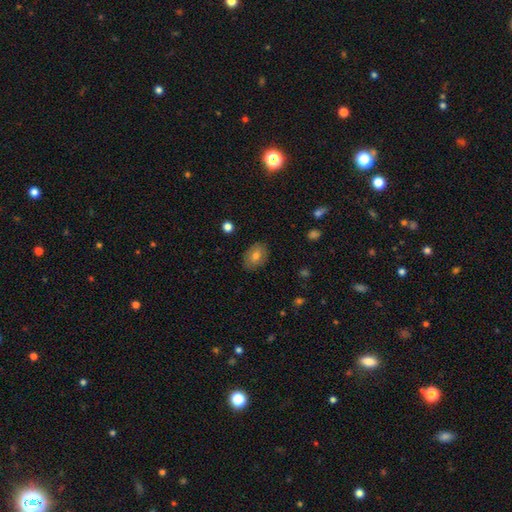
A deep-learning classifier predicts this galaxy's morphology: smooth 73%, featured or disk 18%, star or artifact 8%. Down the decision tree: how rounded — in between (78%); merging — none (83%).